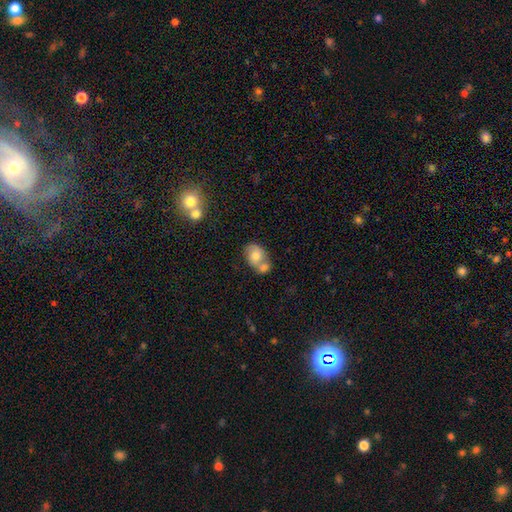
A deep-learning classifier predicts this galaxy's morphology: smooth-or-featured: smooth: 63% | featured or disk: 29% | star or artifact: 8%
  how-rounded: in between: 63% | round: 36% | cigar-shaped: 1%
  merging: merger: 52% | none: 32% | minor disturbance: 12% | major disturbance: 4%